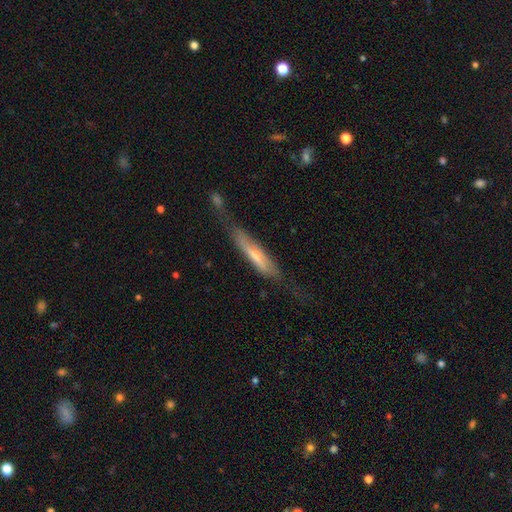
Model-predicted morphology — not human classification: This appears to be a featured or disk galaxy (49%). Merging: none (48%).